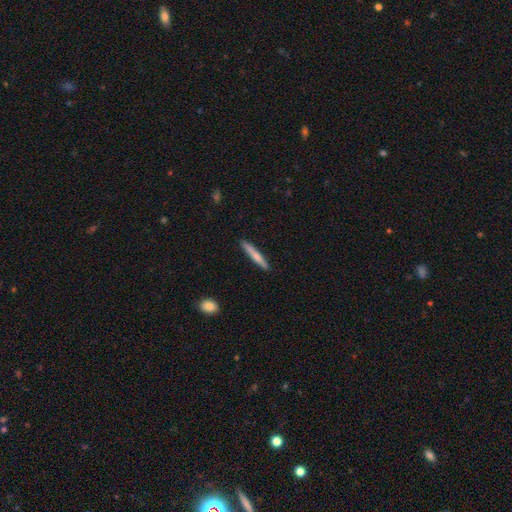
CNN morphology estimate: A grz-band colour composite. It shows a smooth galaxy with no disk features (66%) that is cigar-shaped (95%). Merging: none (91%).